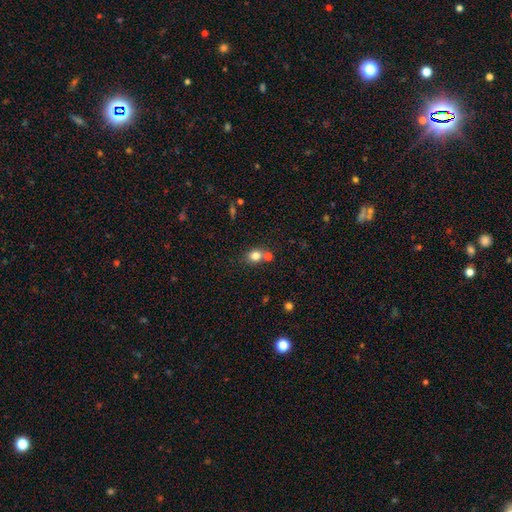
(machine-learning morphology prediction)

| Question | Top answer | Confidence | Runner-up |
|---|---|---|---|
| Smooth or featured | smooth | 80% | star or artifact (12%) |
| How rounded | round | 70% | in between (29%) |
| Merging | none | 58% | merger (29%) |